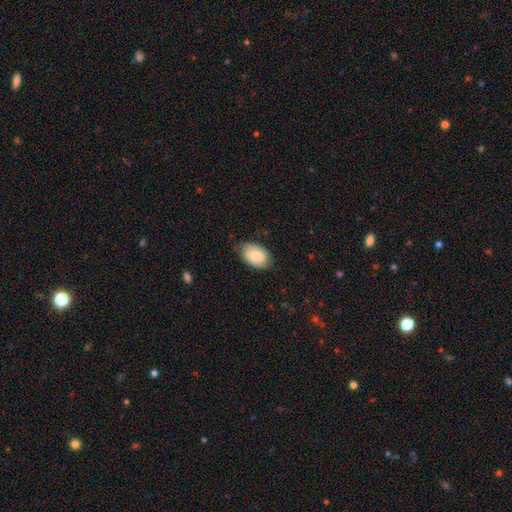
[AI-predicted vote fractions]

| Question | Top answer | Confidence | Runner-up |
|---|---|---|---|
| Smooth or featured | smooth | 77% | featured or disk (16%) |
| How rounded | in between | 90% | round (9%) |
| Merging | none | 73% | minor disturbance (22%) |